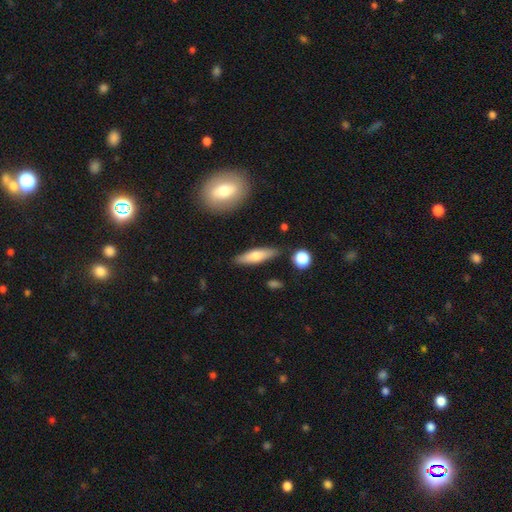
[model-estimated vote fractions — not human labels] Q: Smooth or featured?
A: smooth (63%); runner-up: featured or disk (31%)
Q: How rounded?
A: cigar-shaped (59%); runner-up: in between (38%)
Q: Merging?
A: none (84%); runner-up: minor disturbance (10%)